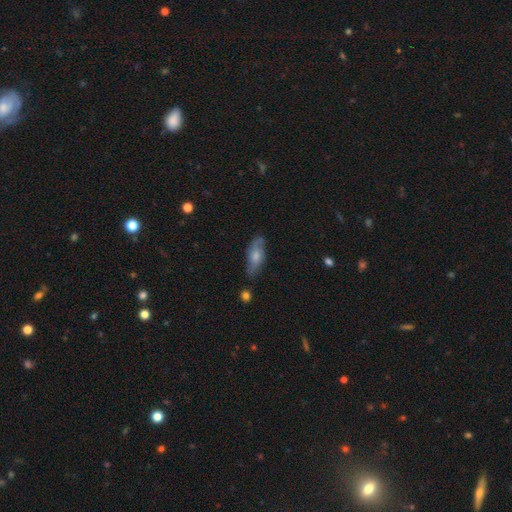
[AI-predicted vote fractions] A smooth galaxy with no disk features (51%) that is in between round and cigar-shaped (74%).

Vote fractions:
- Smooth or featured? smooth: 51% / featured or disk: 43% / star or artifact: 7%
- How rounded? in between: 74% / cigar-shaped: 23% / round: 3%
- Merging? none: 70% / minor disturbance: 22% / major disturbance: 5% / merger: 3%